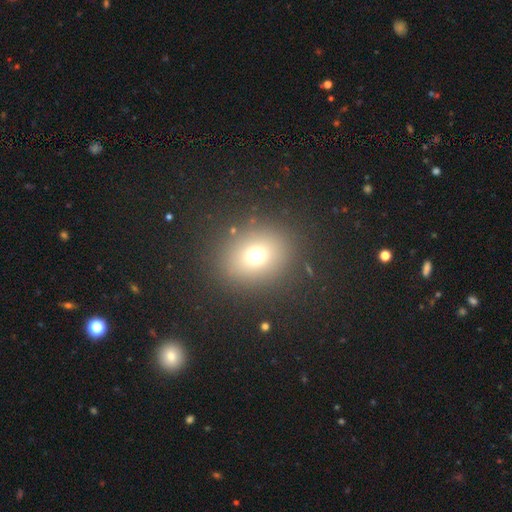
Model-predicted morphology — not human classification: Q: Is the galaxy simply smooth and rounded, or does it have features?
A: smooth — 70%.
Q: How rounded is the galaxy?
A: round — 61%.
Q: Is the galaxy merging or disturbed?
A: none — 86%.